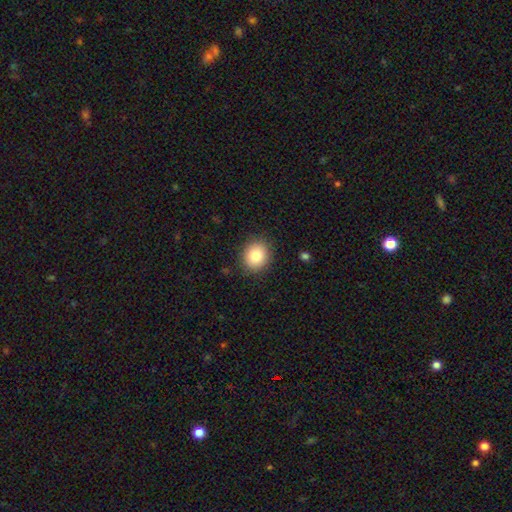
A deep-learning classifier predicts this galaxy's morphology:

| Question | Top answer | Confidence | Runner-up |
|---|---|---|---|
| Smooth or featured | smooth | 84% | star or artifact (9%) |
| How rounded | round | 66% | in between (34%) |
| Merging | none | 87% | minor disturbance (9%) |